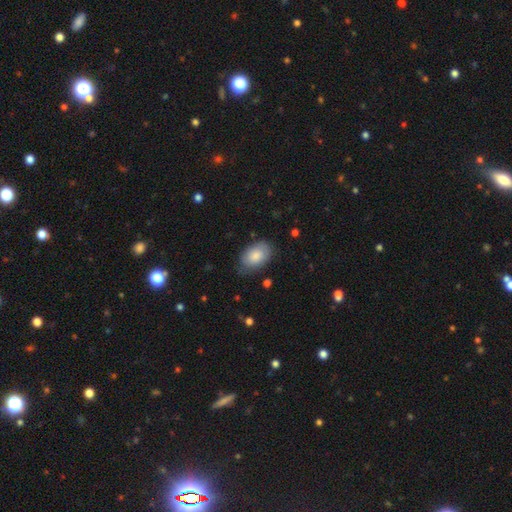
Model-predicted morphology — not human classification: Smooth or featured? Predicted: smooth (p=0.82). How rounded? Predicted: in between (p=0.91). Merging? Predicted: none (p=0.73).